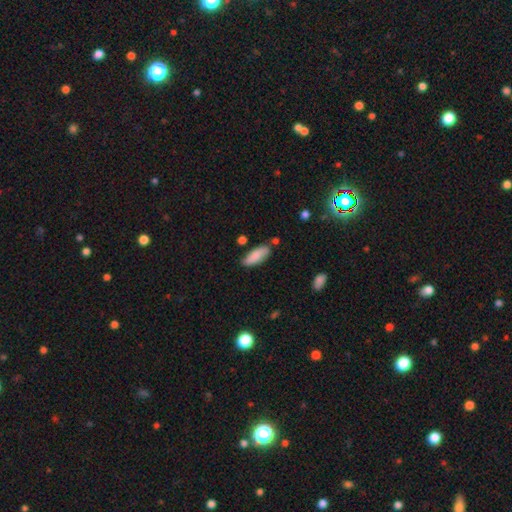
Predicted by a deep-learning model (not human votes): This is clearly a smooth galaxy (81%). How rounded: likely in between (74%). Merging: likely none (74%).